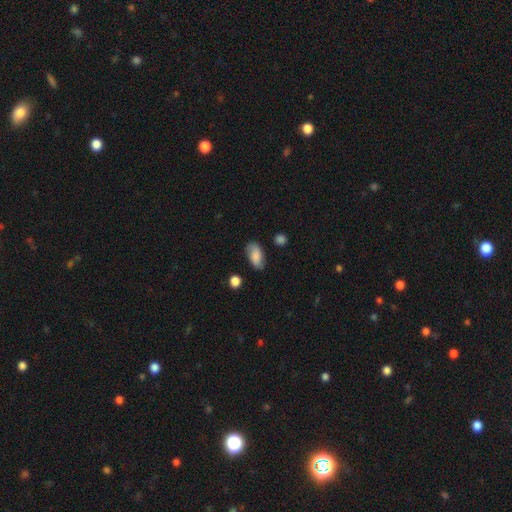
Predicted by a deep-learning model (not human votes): Smooth or featured: smooth — 75% (featured or disk — 17%)
How rounded: in between — 91% (round — 5%)
Merging: none — 75% (minor disturbance — 18%)